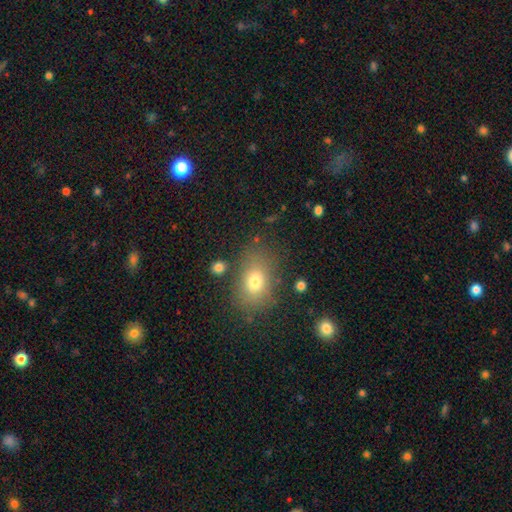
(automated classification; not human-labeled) Q: Smooth or featured?
A: smooth (71%); runner-up: star or artifact (17%)
Q: How rounded?
A: in between (72%); runner-up: round (27%)
Q: Merging?
A: none (79%); runner-up: minor disturbance (13%)